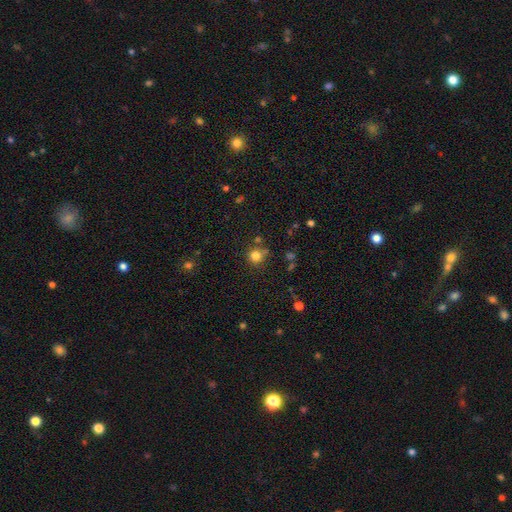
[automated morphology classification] Overall: smooth (79%). How rounded: round (91%). Merging: none (73%).